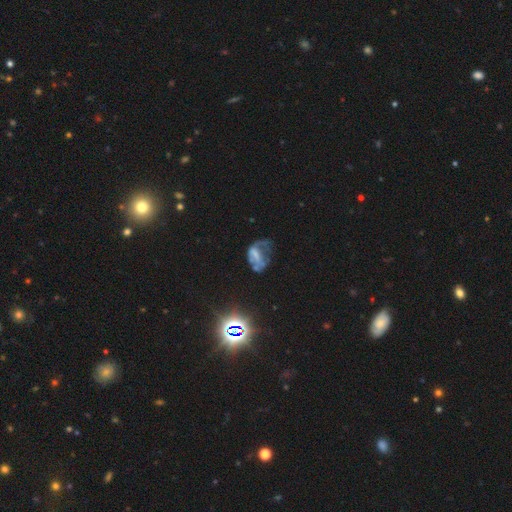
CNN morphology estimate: featured or disk 53%, smooth 29%, star or artifact 19%. Down the decision tree: edge-on disk — no (96%); bar — no (59%); spiral arms — no (64%); bulge size — none (57%); merging — major disturbance (47%).